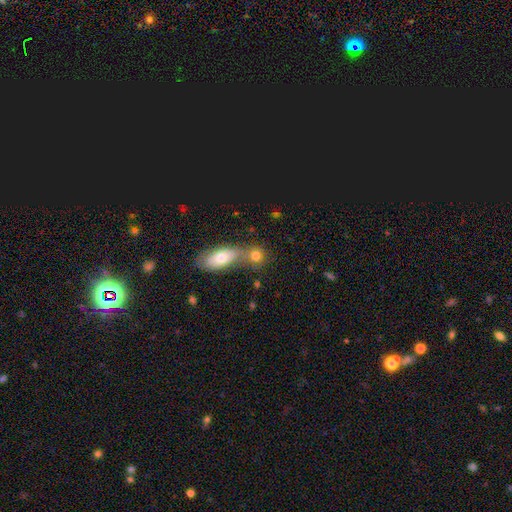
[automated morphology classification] Smooth or featured?
  - smooth: 78% *
  - featured or disk: 12%
  - star or artifact: 11%
How rounded?
  - round: 59% *
  - in between: 36%
  - cigar-shaped: 5%
Merging?
  - merger: 46% *
  - none: 42%
  - minor disturbance: 8%
  - major disturbance: 4%